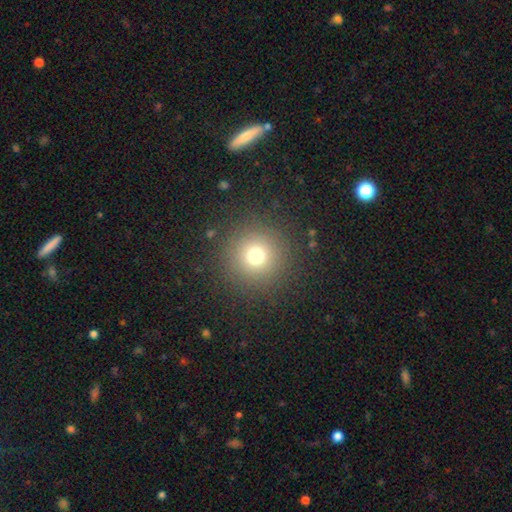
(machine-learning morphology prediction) Smooth or featured? Predicted: smooth (p=0.73). How rounded? Predicted: round (p=0.96). Merging? Predicted: none (p=0.90).